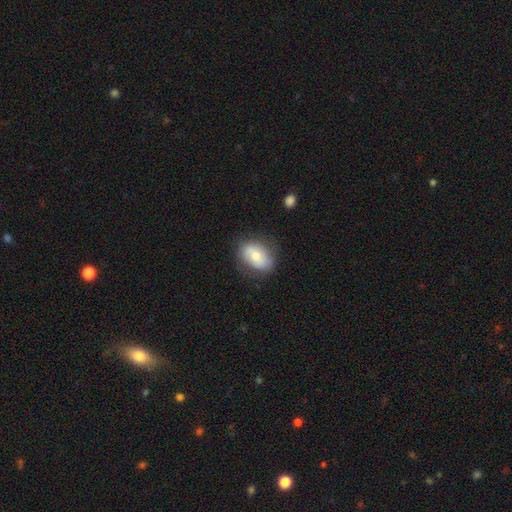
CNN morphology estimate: Smooth or featured? smooth (65%)
How rounded? in between (82%)
Merging? none (74%)